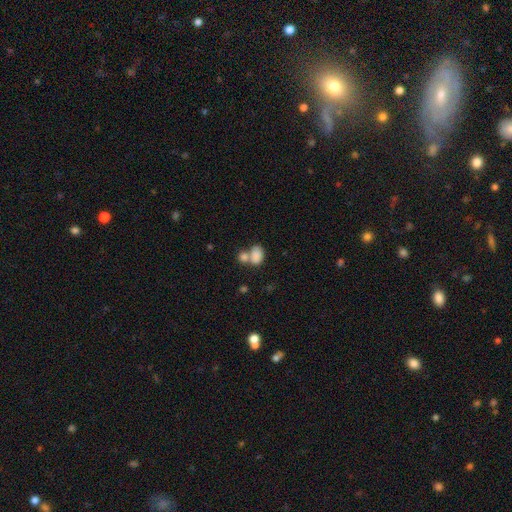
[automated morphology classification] Smooth or featured? smooth (82%)
How rounded? in between (80%)
Merging? merger (53%)